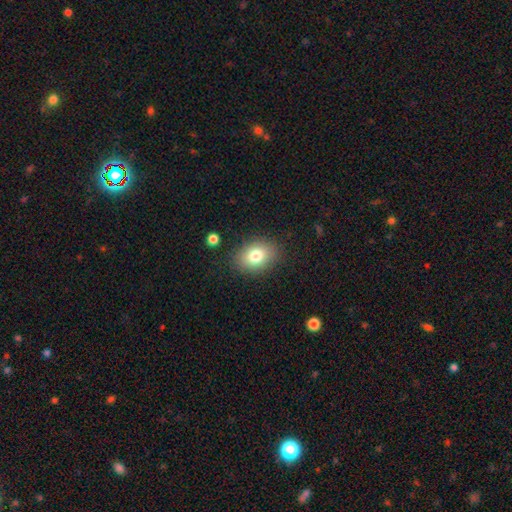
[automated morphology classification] The model was most divided on "how rounded": in between: 72%, round: 27%, cigar-shaped: 1%. More confident: merging — none (85%); smooth or featured — smooth (79%).